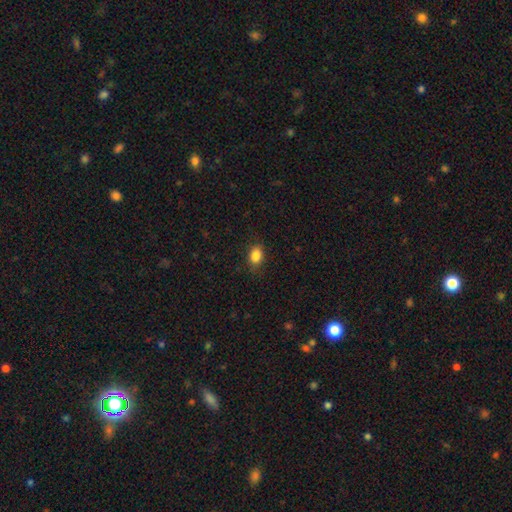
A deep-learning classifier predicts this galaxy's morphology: This appears to be a smooth galaxy with no disk features (86%) that is in between round and cigar-shaped (70%). Merging: none (84%).